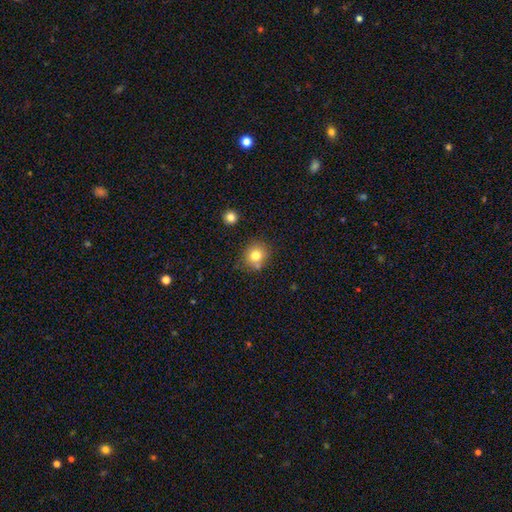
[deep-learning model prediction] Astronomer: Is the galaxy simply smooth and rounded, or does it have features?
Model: smooth — 78%.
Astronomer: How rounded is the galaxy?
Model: round — 86%.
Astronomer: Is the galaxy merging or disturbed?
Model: none — 73%.